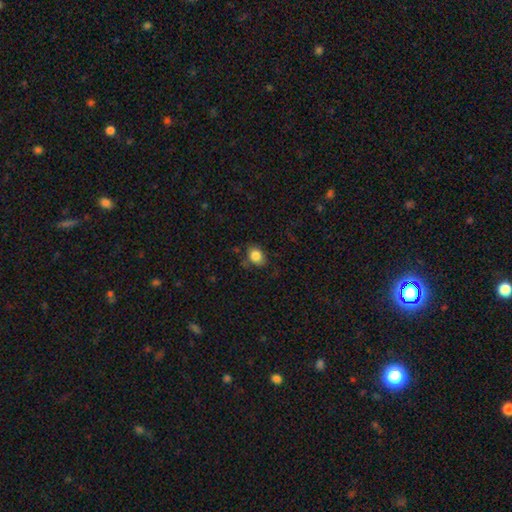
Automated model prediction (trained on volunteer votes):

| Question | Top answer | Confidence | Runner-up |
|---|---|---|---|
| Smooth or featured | smooth | 84% | star or artifact (9%) |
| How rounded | in between | 56% | round (43%) |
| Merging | none | 73% | minor disturbance (19%) |